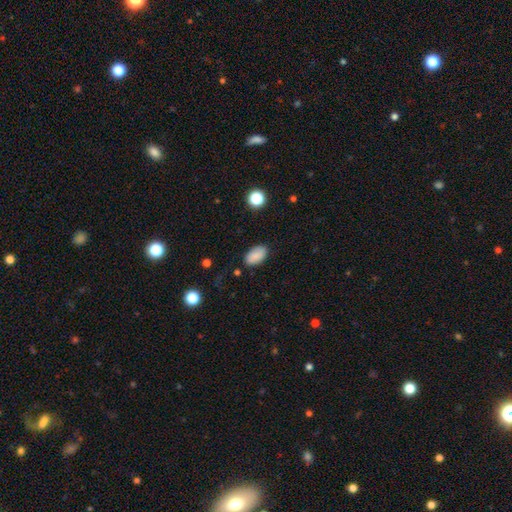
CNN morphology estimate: Smooth or featured? smooth (86%)
How rounded? in between (93%)
Merging? none (84%)